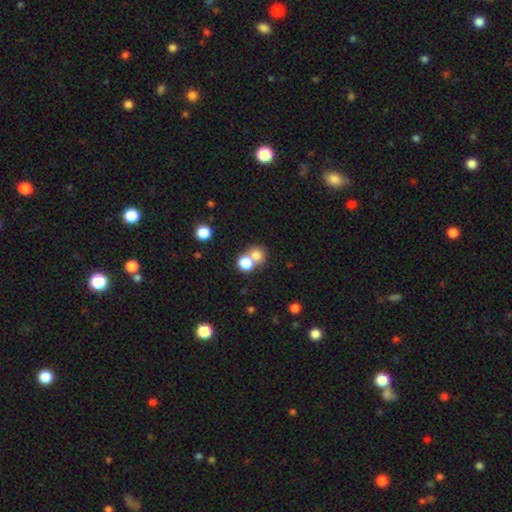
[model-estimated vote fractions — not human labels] smooth_or_featured: smooth (p=0.76) [alt: star or artifact p=0.13]
how_rounded: round (p=0.79) [alt: in between p=0.20]
merging: merger (p=0.50) [alt: none p=0.41]